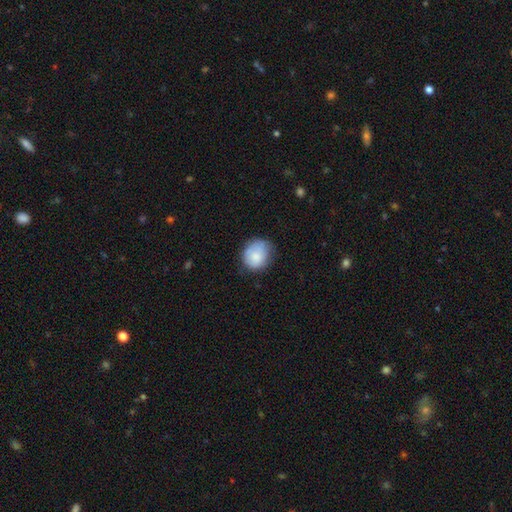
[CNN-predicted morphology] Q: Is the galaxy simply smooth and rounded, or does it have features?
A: smooth — 81%.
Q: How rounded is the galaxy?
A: round — 67%.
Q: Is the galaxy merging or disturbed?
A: none — 60%.